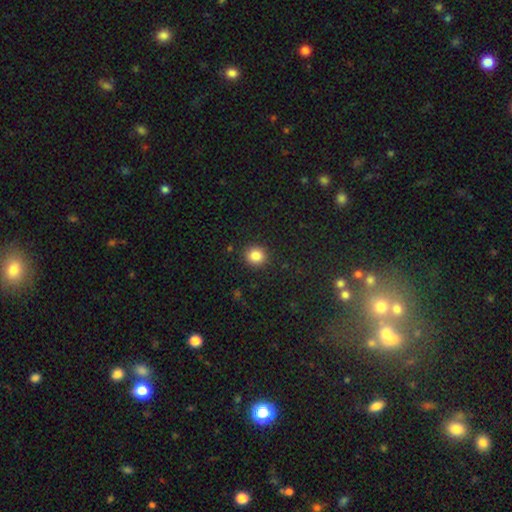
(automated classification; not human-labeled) The model was most divided on "how rounded": round: 86%, in between: 13%, cigar-shaped: 1%. More confident: merging — none (90%); smooth or featured — smooth (85%).